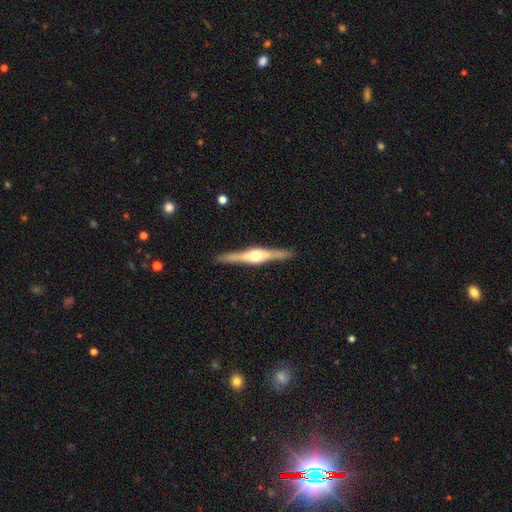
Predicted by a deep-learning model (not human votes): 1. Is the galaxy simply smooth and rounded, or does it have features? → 82% featured or disk, 13% smooth, 5% star or artifact.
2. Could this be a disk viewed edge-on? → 98% yes, 2% no.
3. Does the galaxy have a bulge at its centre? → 93% rounded, 5% boxy, 2% none.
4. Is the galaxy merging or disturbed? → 91% none, 6% minor disturbance, 1% major disturbance, 1% merger.